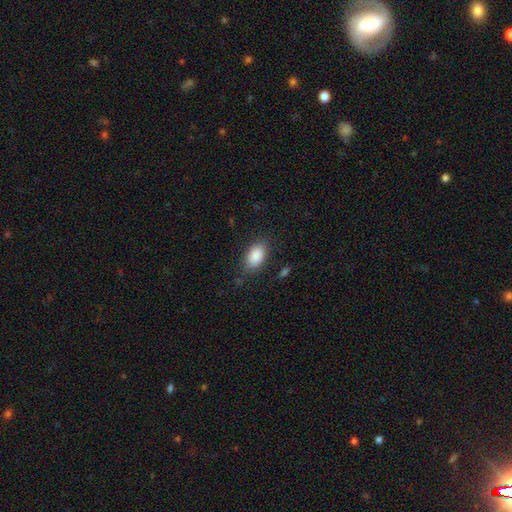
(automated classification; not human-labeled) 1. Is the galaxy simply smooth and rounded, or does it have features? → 88% smooth, 7% star or artifact, 5% featured or disk.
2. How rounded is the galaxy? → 91% in between, 7% round, 2% cigar-shaped.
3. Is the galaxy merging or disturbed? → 81% none, 13% minor disturbance, 4% major disturbance, 2% merger.